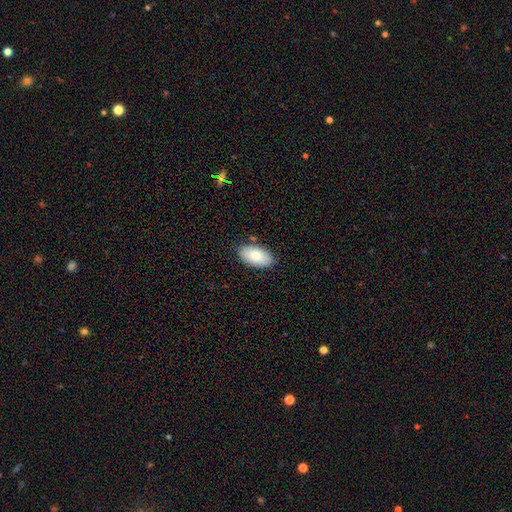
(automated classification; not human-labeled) Smooth or featured? smooth (82%)
How rounded? in between (95%)
Merging? none (85%)